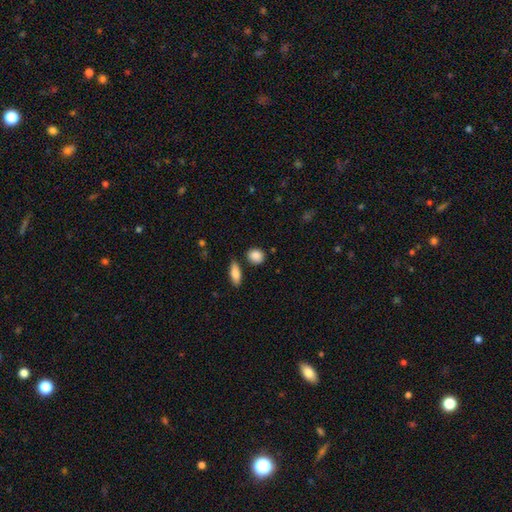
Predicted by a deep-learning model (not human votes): smooth-or-featured: smooth: 87% | star or artifact: 8% | featured or disk: 5%
  how-rounded: round: 62% | in between: 35% | cigar-shaped: 3%
  merging: none: 79% | minor disturbance: 13% | merger: 5% | major disturbance: 3%